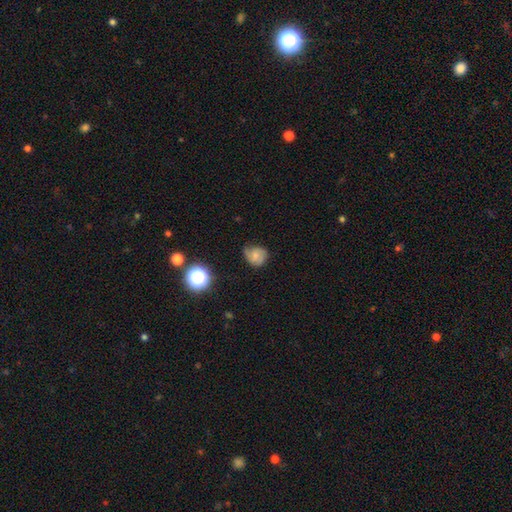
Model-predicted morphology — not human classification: This is likely a smooth galaxy (62%). How rounded: likely round (73%). Merging: possibly none (52%).